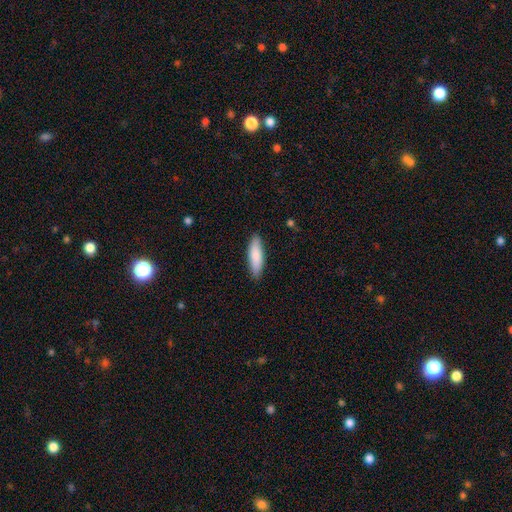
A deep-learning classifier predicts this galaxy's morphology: A smooth galaxy with no disk features (85%) that is cigar-shaped (55%). Merging: none (87%).